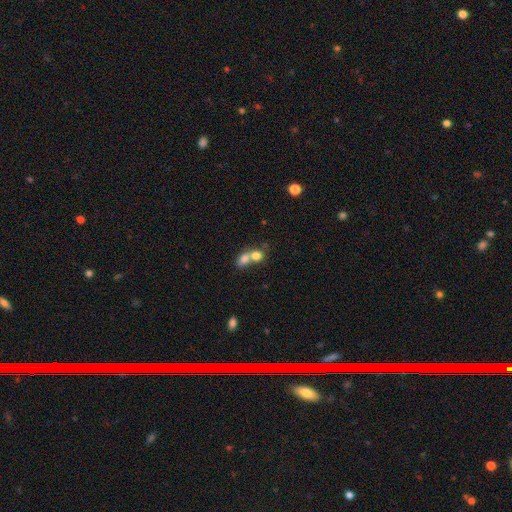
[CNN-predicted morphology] Smooth or featured? Predicted: smooth (p=0.76). How rounded? Predicted: round (p=0.59). Merging? Predicted: merger (p=0.67).